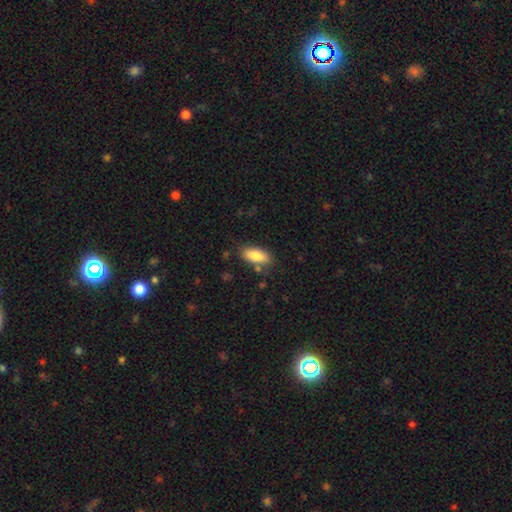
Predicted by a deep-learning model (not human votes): smooth 84%, featured or disk 9%, star or artifact 7%. Down the decision tree: how rounded — in between (87%); merging — none (79%).